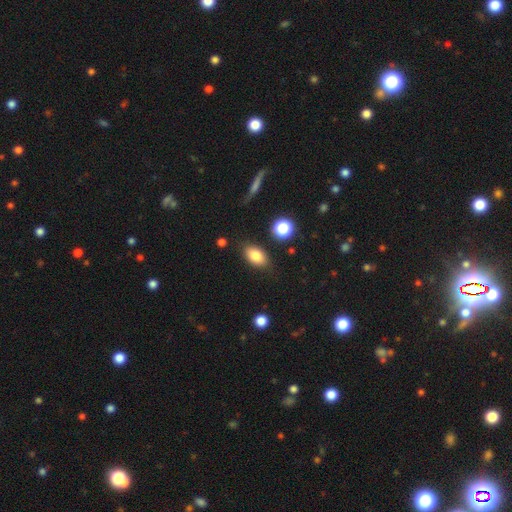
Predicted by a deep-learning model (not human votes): A smooth galaxy with no disk features (82%) that is in between round and cigar-shaped (89%).

Vote fractions:
- Smooth or featured? smooth: 82% / featured or disk: 9% / star or artifact: 9%
- How rounded? in between: 89% / round: 9% / cigar-shaped: 3%
- Merging? none: 83% / minor disturbance: 11% / major disturbance: 3% / merger: 3%